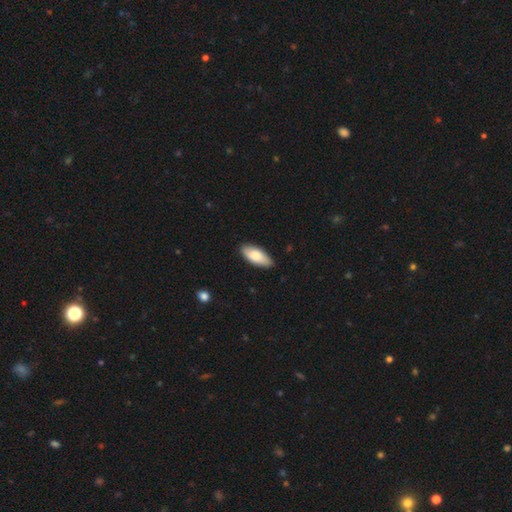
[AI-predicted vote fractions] The model was most divided on "smooth or featured": smooth: 80%, featured or disk: 14%, star or artifact: 6%. More confident: how rounded — in between (87%); merging — none (85%).